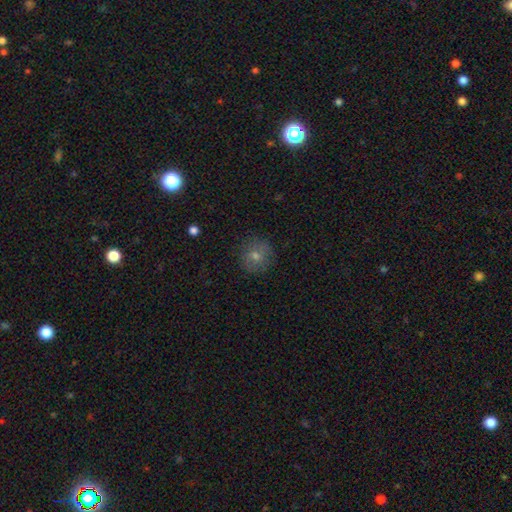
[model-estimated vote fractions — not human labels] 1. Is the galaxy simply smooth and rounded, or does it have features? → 62% smooth, 20% featured or disk, 18% star or artifact.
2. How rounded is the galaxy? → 91% round, 8% in between, 1% cigar-shaped.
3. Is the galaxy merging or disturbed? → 85% none, 11% minor disturbance, 3% major disturbance, 1% merger.